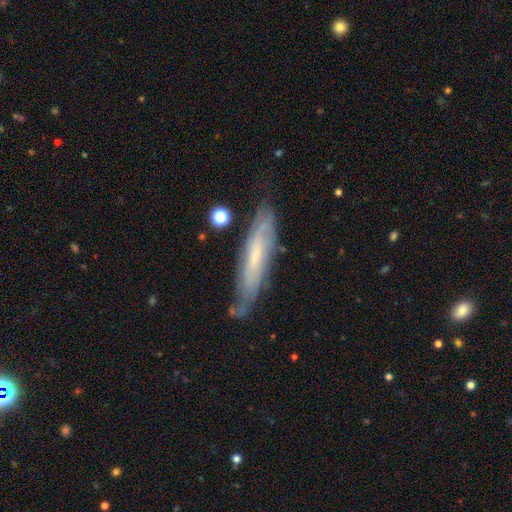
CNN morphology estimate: Overall: featured or disk (61%; smooth 31%). Edge-on disk: no (52%; yes 48%). Merging: none (70%).